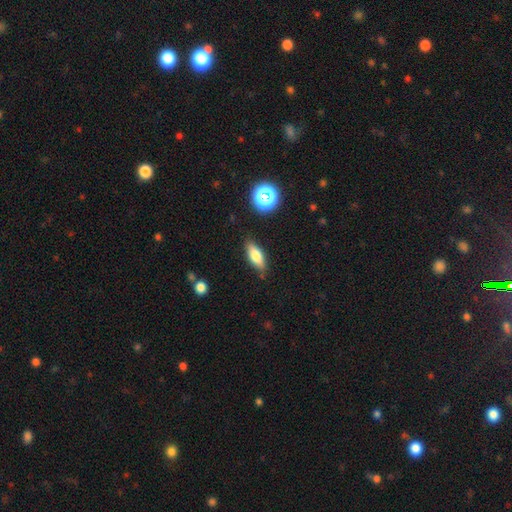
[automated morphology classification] Overall: smooth (74%). How rounded: in between (72%). Merging: none (83%).